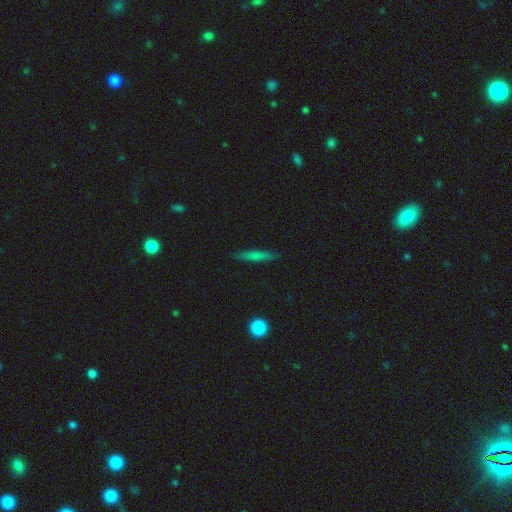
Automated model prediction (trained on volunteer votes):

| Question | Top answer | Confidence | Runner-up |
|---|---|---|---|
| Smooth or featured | smooth | 69% | featured or disk (24%) |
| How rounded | cigar-shaped | 90% | in between (7%) |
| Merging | none | 88% | minor disturbance (9%) |